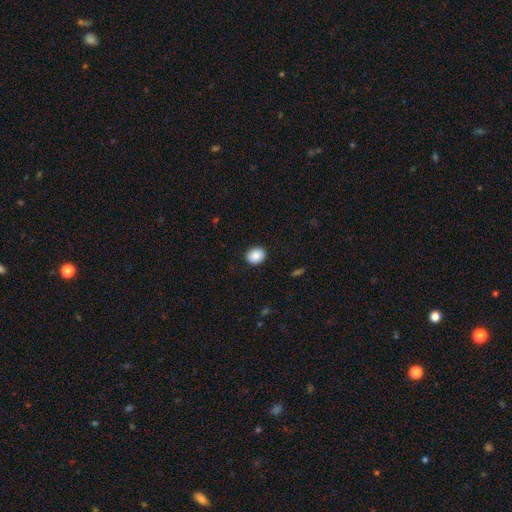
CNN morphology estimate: smooth_or_featured: smooth (p=0.87) [alt: star or artifact p=0.08]
how_rounded: round (p=0.58) [alt: in between p=0.41]
merging: none (p=0.89) [alt: minor disturbance p=0.08]